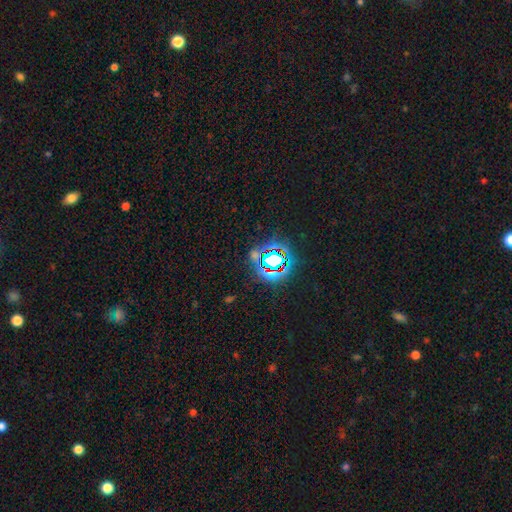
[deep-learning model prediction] The model was most divided on "smooth or featured": star or artifact: 72%, smooth: 18%, featured or disk: 10%.